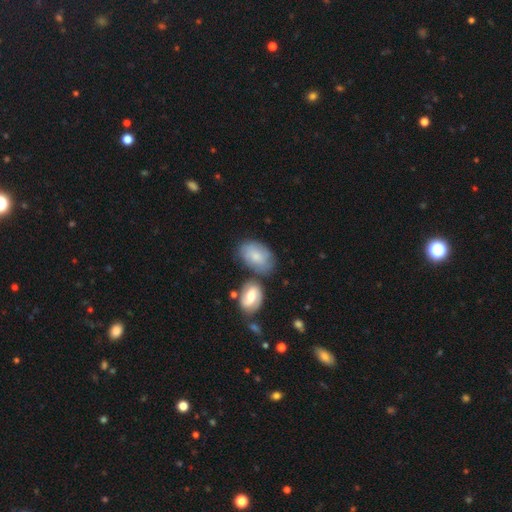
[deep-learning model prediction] smooth 68%, featured or disk 26%, star or artifact 6%. Down the decision tree: how rounded — in between (89%); merging — none (53%).